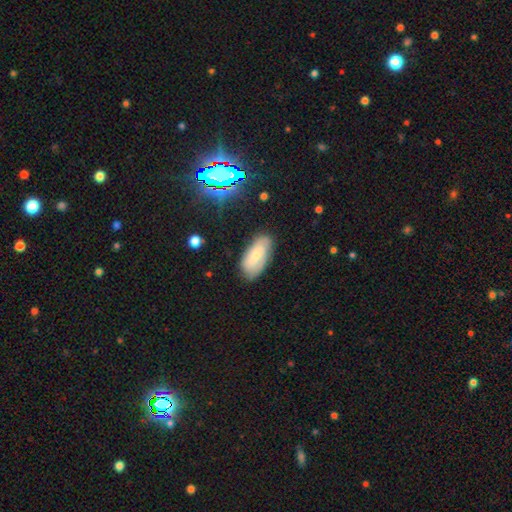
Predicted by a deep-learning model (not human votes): A smooth galaxy with no disk features (49%). Merging: none (76%).